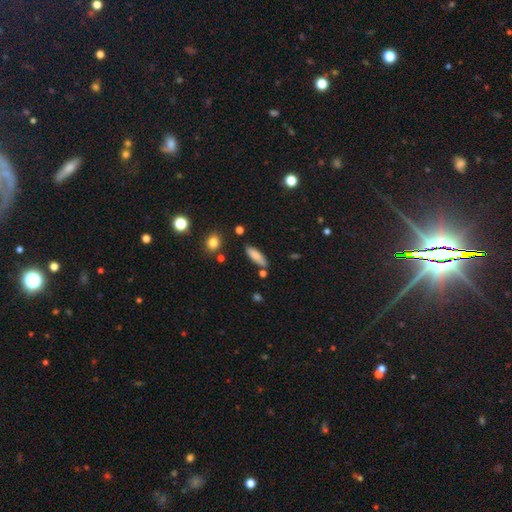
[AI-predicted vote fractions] A smooth galaxy with no disk features (79%) that is in between round and cigar-shaped (53%).

Vote fractions:
- Smooth or featured? smooth: 79% / featured or disk: 13% / star or artifact: 7%
- How rounded? in between: 53% / cigar-shaped: 44% / round: 2%
- Merging? none: 78% / minor disturbance: 14% / merger: 6% / major disturbance: 3%